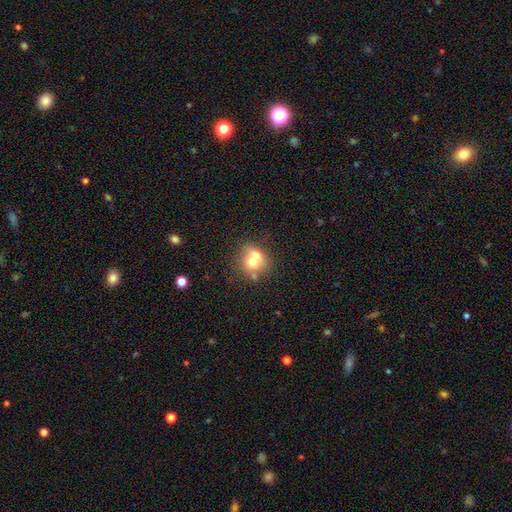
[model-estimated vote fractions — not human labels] This appears to be a smooth galaxy with no disk features (62%) that is round (77%). Merging: merger (54%).